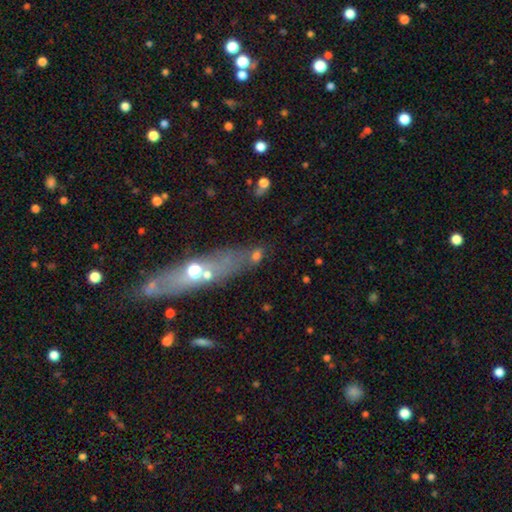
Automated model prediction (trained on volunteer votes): Morphology: type=smooth (49%); merging=none (57%).